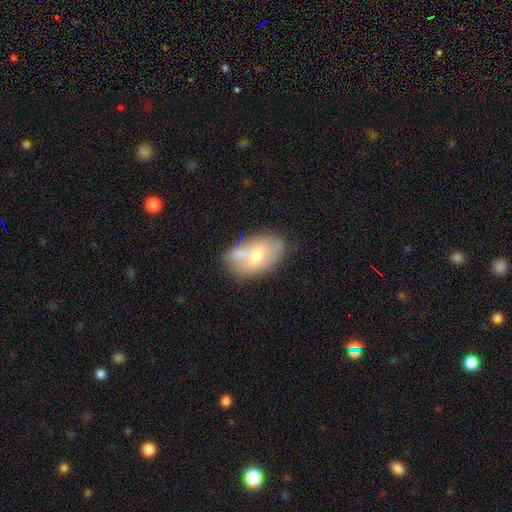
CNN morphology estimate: This is likely a smooth galaxy (62%). How rounded: clearly in between (90%). Merging: possibly none (52%).